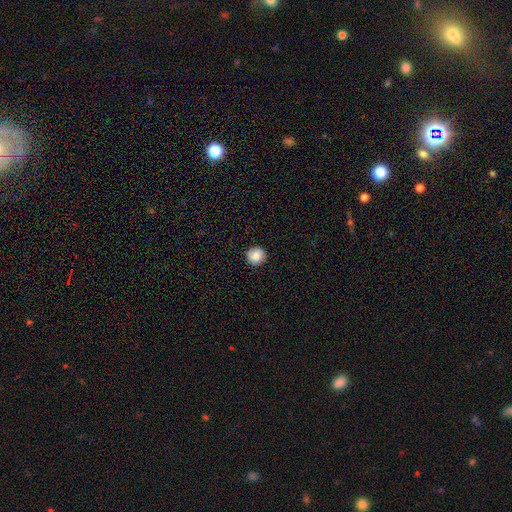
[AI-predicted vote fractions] smooth_or_featured: smooth (p=0.85) [alt: star or artifact p=0.09]
how_rounded: round (p=0.93) [alt: in between p=0.06]
merging: none (p=0.90) [alt: minor disturbance p=0.08]